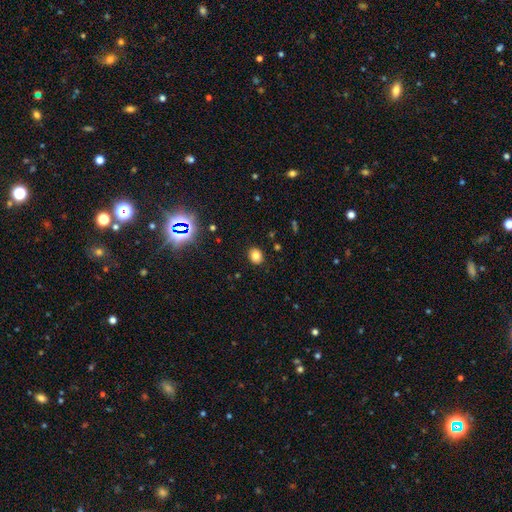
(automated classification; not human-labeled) Smooth or featured?
  - smooth: 80% *
  - star or artifact: 14%
  - featured or disk: 7%
How rounded?
  - round: 64% *
  - in between: 35%
  - cigar-shaped: 1%
Merging?
  - none: 90% *
  - minor disturbance: 7%
  - major disturbance: 2%
  - merger: 1%